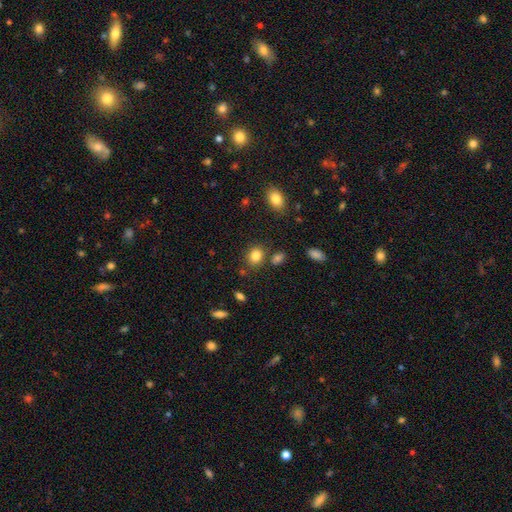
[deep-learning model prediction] The model was most divided on "how rounded": round: 62%, in between: 37%, cigar-shaped: 1%. More confident: smooth or featured — smooth (83%); merging — none (78%).